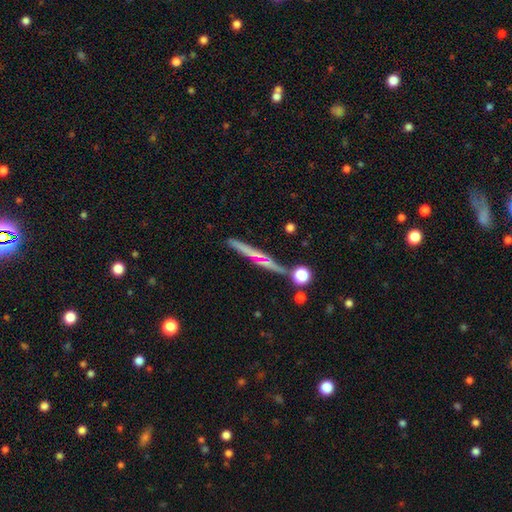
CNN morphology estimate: This is possibly a featured or disk galaxy (52%). It is clearly viewed edge-on (94%). Merging: likely none (78%).